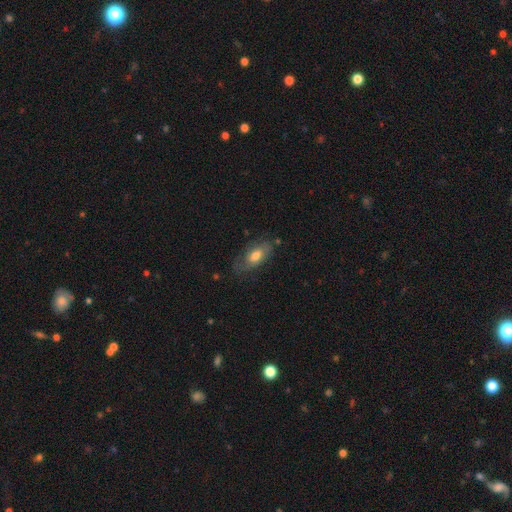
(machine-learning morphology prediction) smooth_or_featured: smooth (p=0.60) [alt: featured or disk p=0.33]
how_rounded: in between (p=0.88) [alt: cigar-shaped p=0.07]
merging: none (p=0.62) [alt: minor disturbance p=0.25]